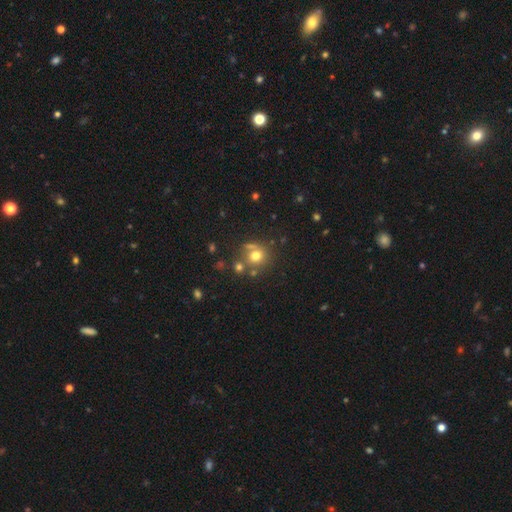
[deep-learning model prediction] A smooth galaxy with no disk features (70%) that is round (87%). Merging: none (63%).